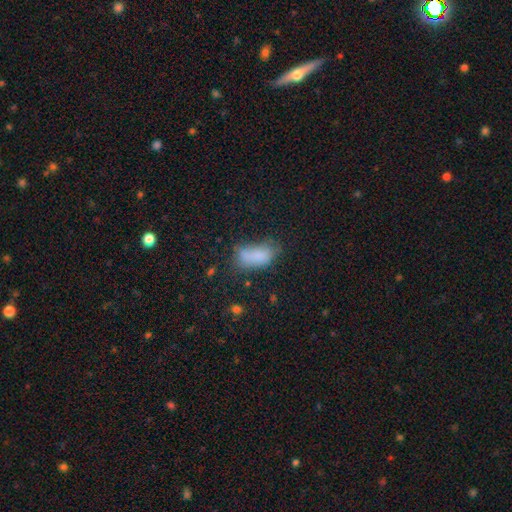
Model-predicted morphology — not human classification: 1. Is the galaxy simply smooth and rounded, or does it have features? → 77% smooth, 12% featured or disk, 11% star or artifact.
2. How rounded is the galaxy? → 89% in between, 7% cigar-shaped, 4% round.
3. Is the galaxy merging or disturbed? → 40% none, 30% minor disturbance, 19% major disturbance, 11% merger.